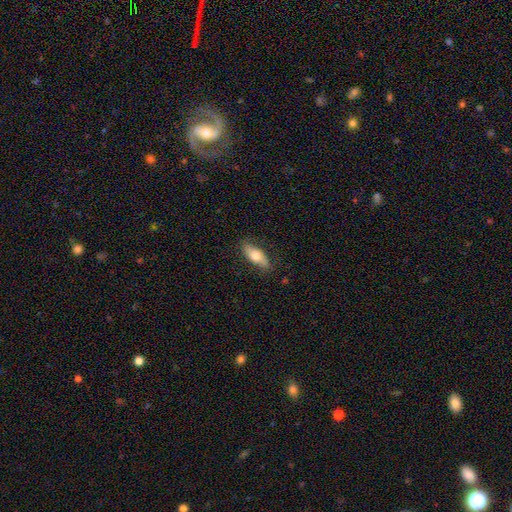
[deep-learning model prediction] Morphology: type=smooth (65%); roundness=in between (75%); merging=none (82%).